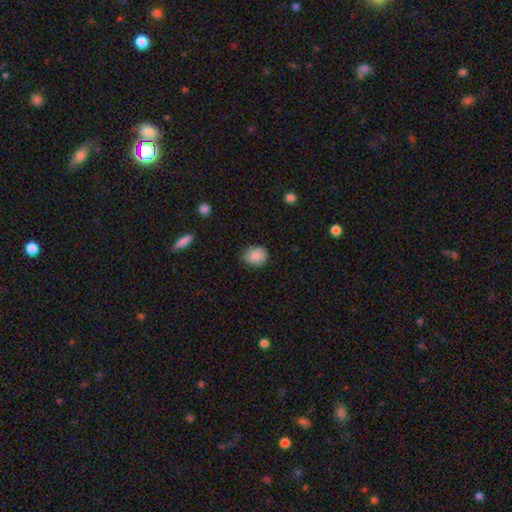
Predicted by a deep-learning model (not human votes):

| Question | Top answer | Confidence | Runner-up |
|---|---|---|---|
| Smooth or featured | smooth | 84% | featured or disk (8%) |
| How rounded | in between | 53% | round (46%) |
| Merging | none | 77% | minor disturbance (19%) |